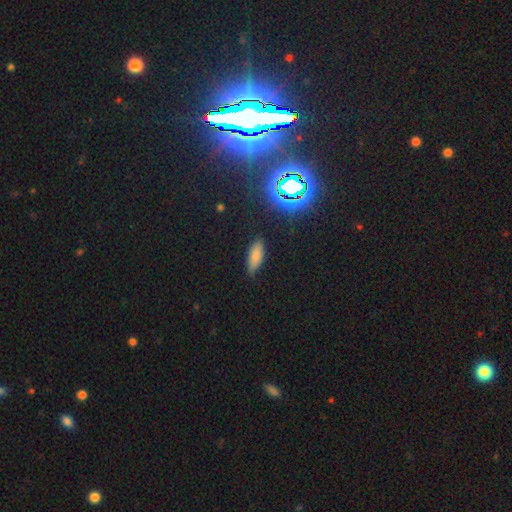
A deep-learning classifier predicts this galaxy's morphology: A smooth galaxy with no disk features (76%) that is in between round and cigar-shaped (69%). Merging: none (74%).